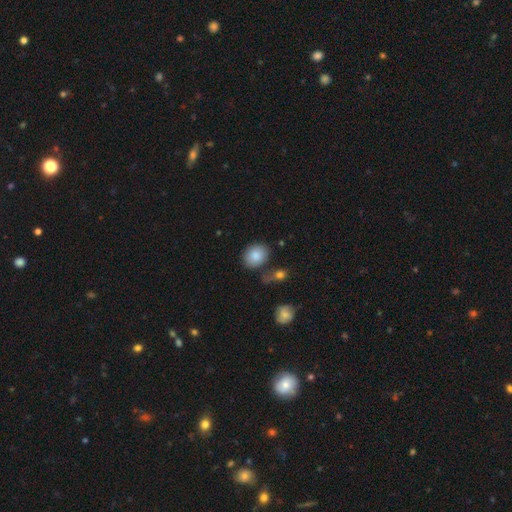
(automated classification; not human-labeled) Smooth or featured? smooth (86%)
How rounded? in between (52%)
Merging? none (74%)